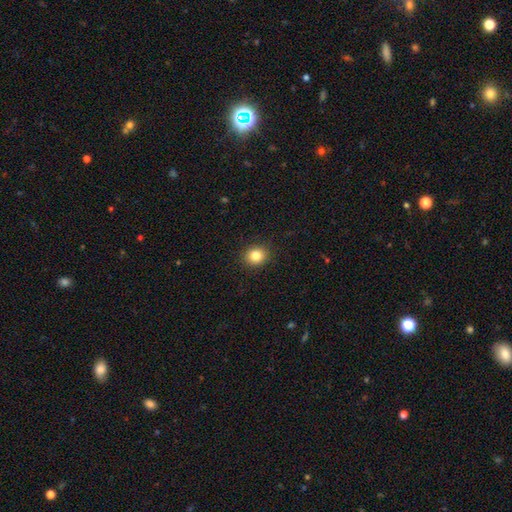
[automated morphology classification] smooth-or-featured: smooth: 84% | star or artifact: 11% | featured or disk: 6%
  how-rounded: round: 76% | in between: 23% | cigar-shaped: 1%
  merging: none: 91% | minor disturbance: 6% | major disturbance: 2% | merger: 1%